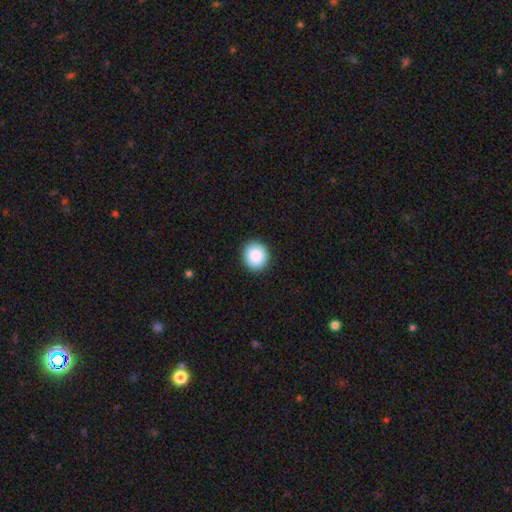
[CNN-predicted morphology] smooth-or-featured: smooth: 89% | star or artifact: 8% | featured or disk: 3%
  how-rounded: round: 87% | in between: 12% | cigar-shaped: 1%
  merging: none: 92% | minor disturbance: 5% | major disturbance: 2% | merger: 1%